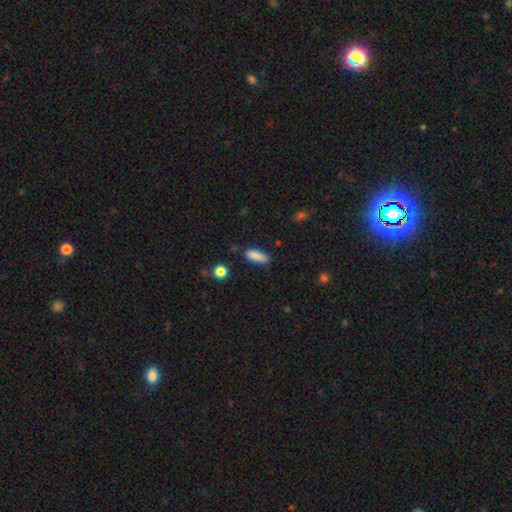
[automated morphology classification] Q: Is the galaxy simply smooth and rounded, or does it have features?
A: smooth — 87%.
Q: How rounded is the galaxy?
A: in between — 55%.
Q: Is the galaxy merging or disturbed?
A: none — 73%.